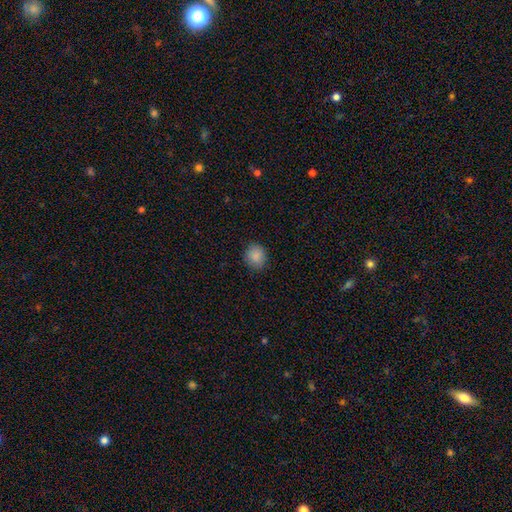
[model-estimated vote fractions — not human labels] smooth-or-featured: smooth: 87% | star or artifact: 9% | featured or disk: 4%
  how-rounded: round: 76% | in between: 23% | cigar-shaped: 1%
  merging: none: 86% | minor disturbance: 10% | major disturbance: 3% | merger: 1%